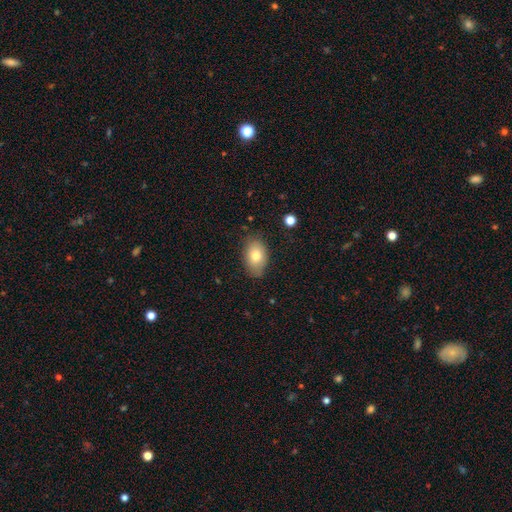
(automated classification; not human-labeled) Smooth or featured?
  - smooth: 77% *
  - featured or disk: 15%
  - star or artifact: 8%
How rounded?
  - in between: 88% *
  - round: 11%
  - cigar-shaped: 1%
Merging?
  - none: 80% *
  - minor disturbance: 15%
  - major disturbance: 3%
  - merger: 1%